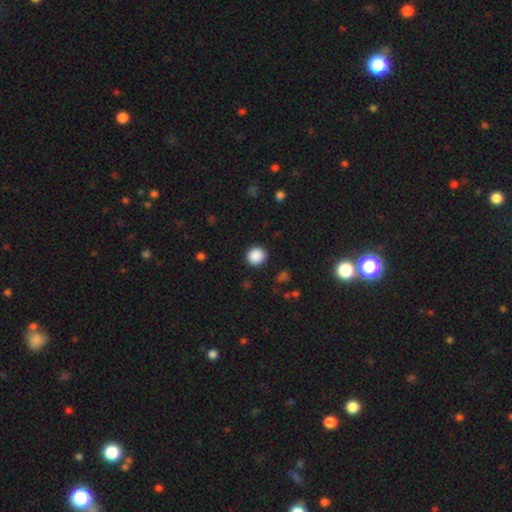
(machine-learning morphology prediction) Smooth or featured? Predicted: smooth (p=0.88). How rounded? Predicted: round (p=0.90). Merging? Predicted: none (p=0.91).